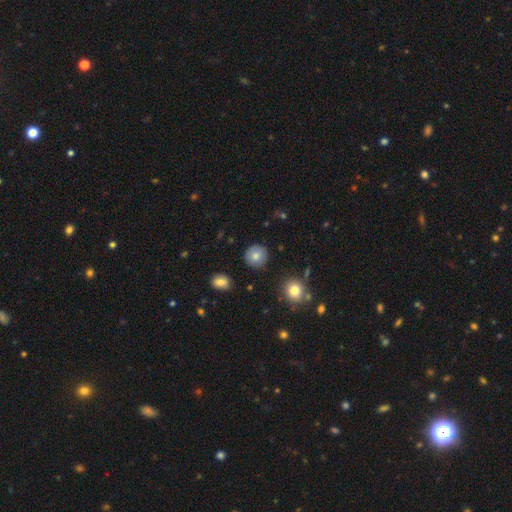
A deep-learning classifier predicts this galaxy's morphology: A smooth galaxy with no disk features (81%) that is round (93%). Merging: none (89%).